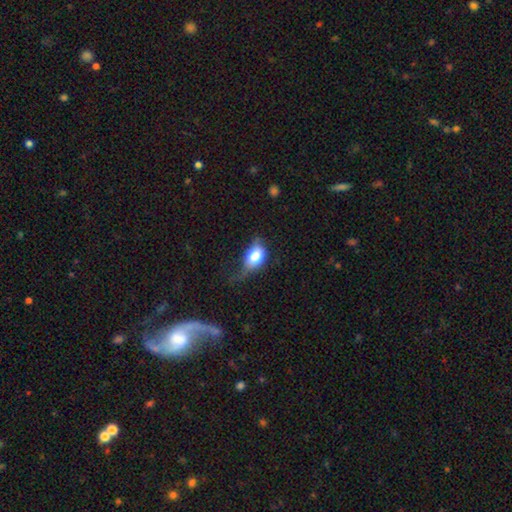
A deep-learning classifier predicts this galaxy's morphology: Smooth or featured: smooth — 75% (featured or disk — 17%)
How rounded: in between — 76% (round — 21%)
Merging: minor disturbance — 37% (major disturbance — 33%)